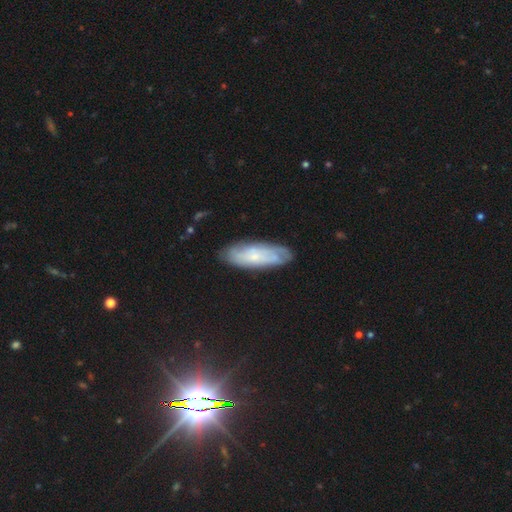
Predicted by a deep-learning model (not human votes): The model was most divided on "smooth or featured": featured or disk: 51%, smooth: 42%, star or artifact: 8%. More confident: merging — none (78%); edge-on disk — no (78%).